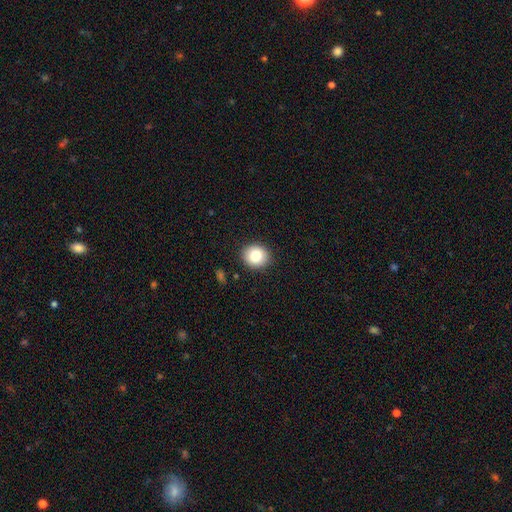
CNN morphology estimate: smooth_or_featured: smooth (p=0.82) [alt: star or artifact p=0.09]
how_rounded: round (p=0.78) [alt: in between p=0.21]
merging: none (p=0.90) [alt: minor disturbance p=0.07]